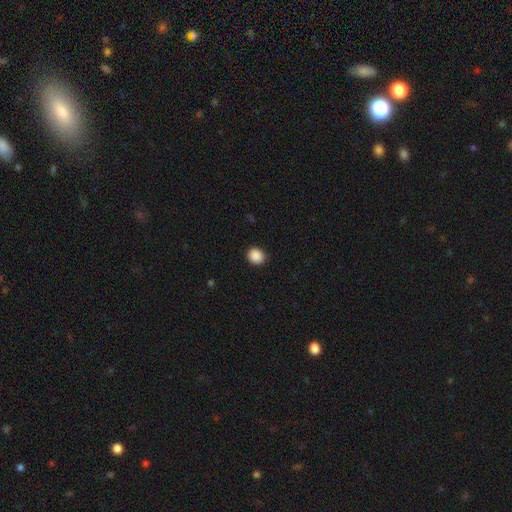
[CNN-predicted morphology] Overall: smooth (89%). How rounded: round (71%). Merging: none (89%).